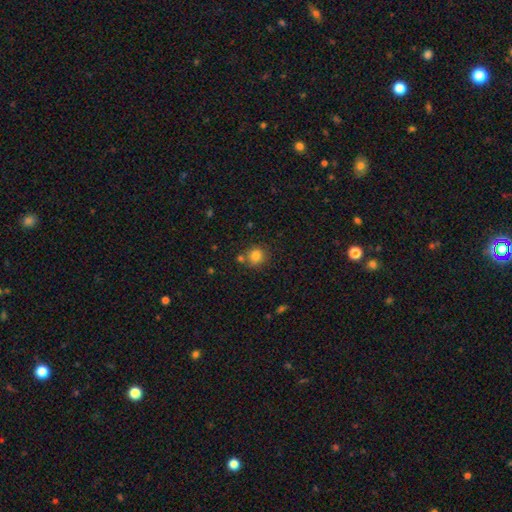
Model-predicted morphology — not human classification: smooth 83%, star or artifact 11%, featured or disk 6%. Down the decision tree: how rounded — round (85%); merging — none (72%).